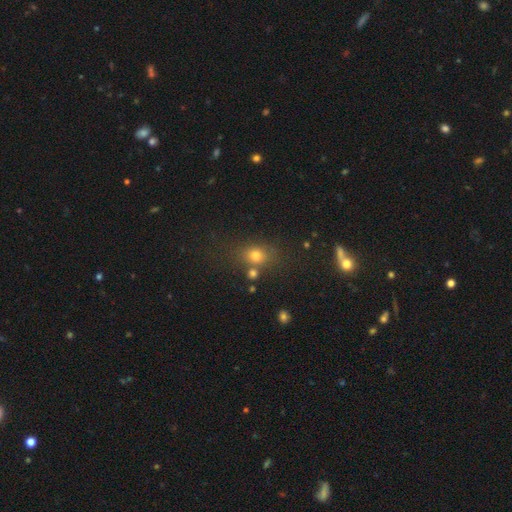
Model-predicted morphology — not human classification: The model was most divided on "how rounded": round: 55%, in between: 43%, cigar-shaped: 2%. More confident: smooth or featured — smooth (74%); merging — none (65%).